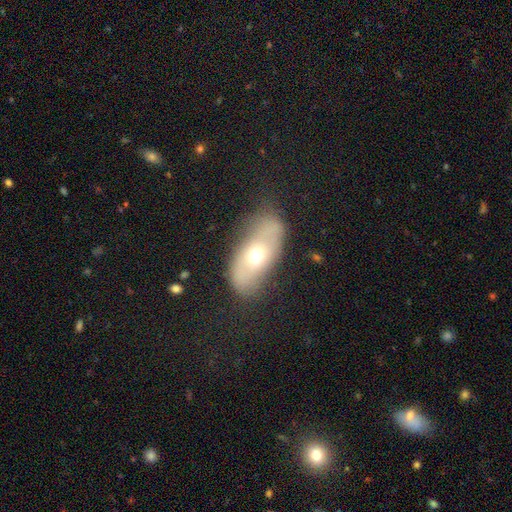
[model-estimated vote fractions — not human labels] smooth_or_featured: smooth (p=0.50) [alt: featured or disk p=0.42]
merging: none (p=0.67) [alt: minor disturbance p=0.22]